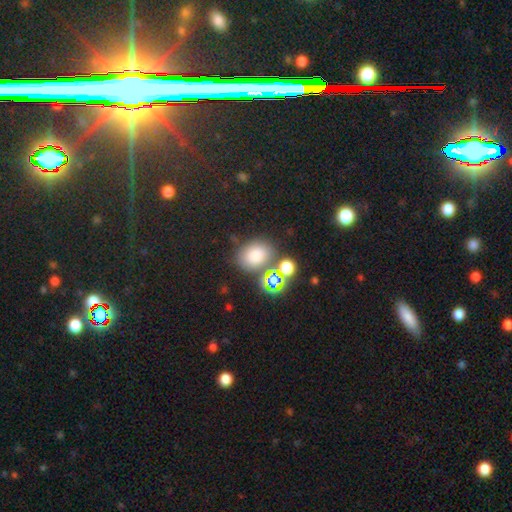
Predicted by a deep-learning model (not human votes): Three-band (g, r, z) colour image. It shows a smooth galaxy with no disk features (73%) that is in between round and cigar-shaped (51%). Merging: none (66%).